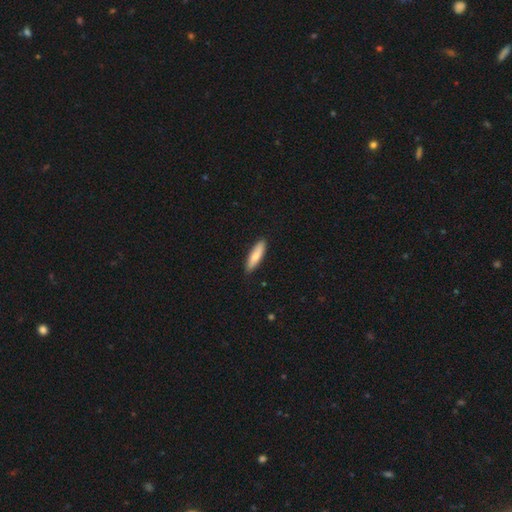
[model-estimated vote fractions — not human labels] Q: Smooth or featured?
A: smooth (77%); runner-up: featured or disk (18%)
Q: How rounded?
A: cigar-shaped (64%); runner-up: in between (35%)
Q: Merging?
A: none (87%); runner-up: minor disturbance (10%)